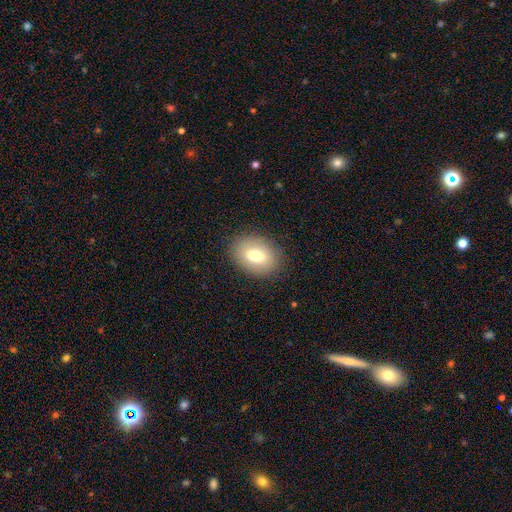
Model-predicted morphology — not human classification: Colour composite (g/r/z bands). It shows a smooth galaxy with no disk features (74%) that is in between round and cigar-shaped (77%). Merging: none (87%).